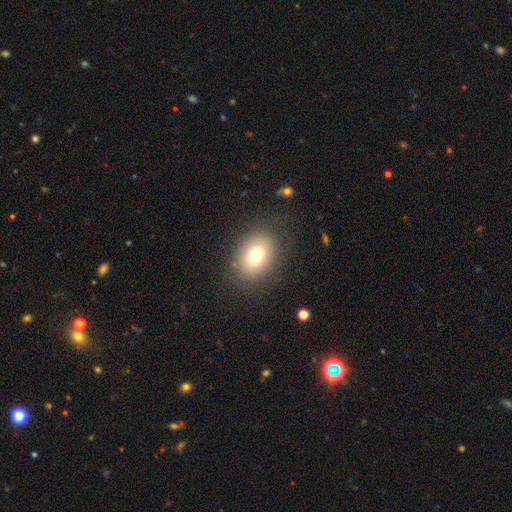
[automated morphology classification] Smooth or featured? smooth (75%)
How rounded? in between (63%)
Merging? none (84%)